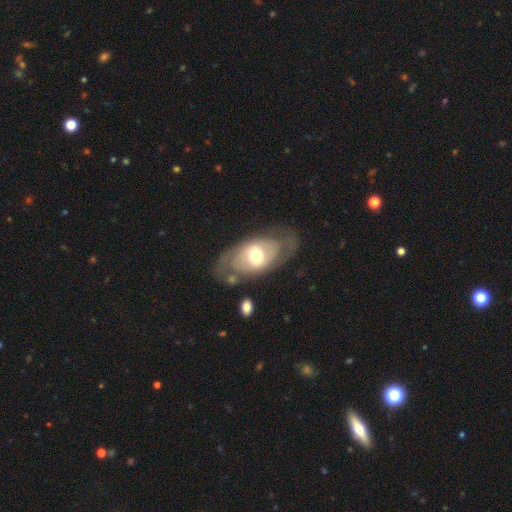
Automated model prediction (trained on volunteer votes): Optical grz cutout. It shows a featured or disk galaxy (59%) with no bar (46%), no spiral arms (53%) and a moderate central bulge (65%). Merging: none (67%).